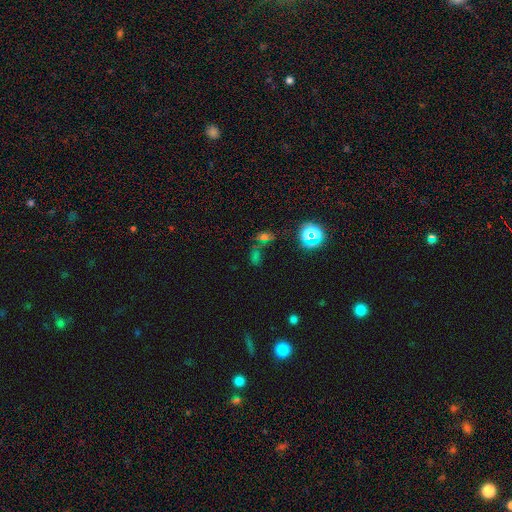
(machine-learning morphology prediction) smooth-or-featured: star or artifact: 49% | smooth: 38% | featured or disk: 13%